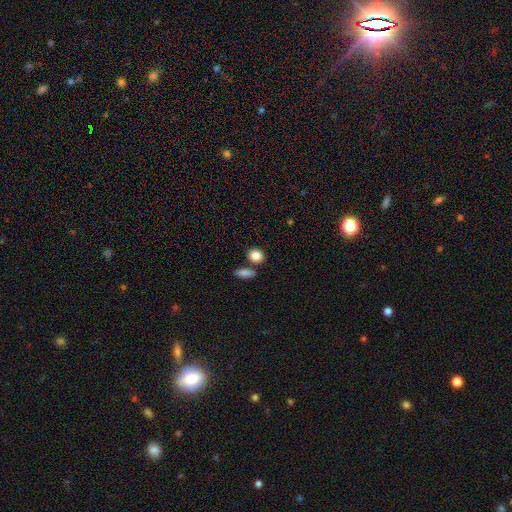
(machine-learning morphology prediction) Smooth or featured? smooth (86%)
How rounded? round (56%)
Merging? none (73%)